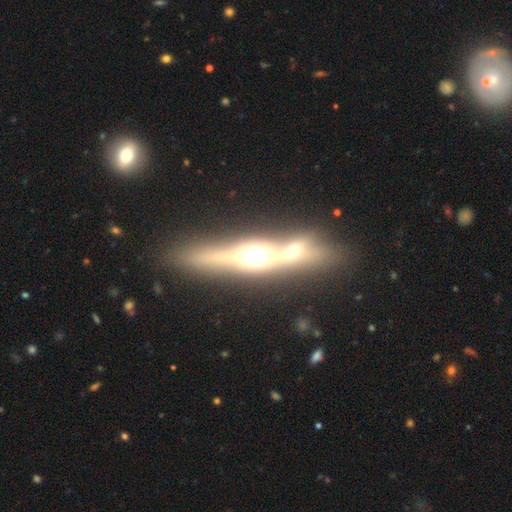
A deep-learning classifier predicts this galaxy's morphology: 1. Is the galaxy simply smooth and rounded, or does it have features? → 72% featured or disk, 19% smooth, 9% star or artifact.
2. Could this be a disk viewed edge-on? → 93% yes, 7% no.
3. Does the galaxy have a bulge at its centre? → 86% rounded, 10% boxy, 4% none.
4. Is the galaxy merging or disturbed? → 64% none, 22% merger, 10% minor disturbance, 4% major disturbance.